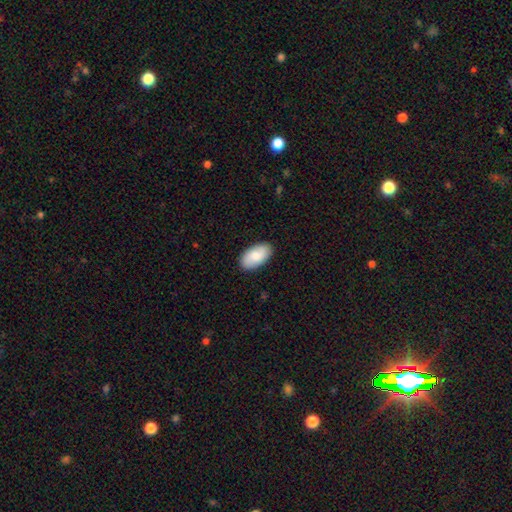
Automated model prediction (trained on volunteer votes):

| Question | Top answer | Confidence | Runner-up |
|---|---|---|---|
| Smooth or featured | smooth | 81% | featured or disk (14%) |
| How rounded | in between | 95% | round (3%) |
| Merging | none | 88% | minor disturbance (10%) |